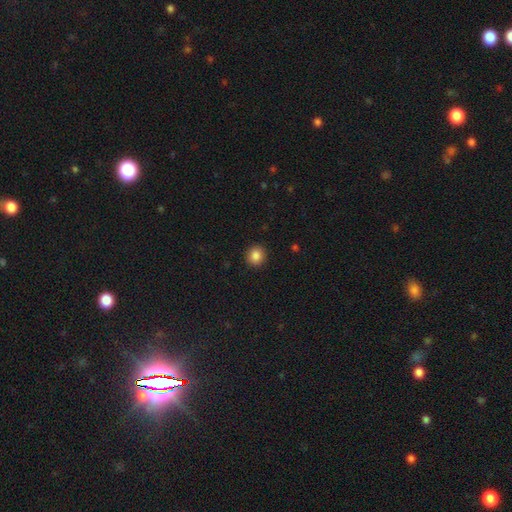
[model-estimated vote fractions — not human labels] Smooth or featured?
  - smooth: 86% *
  - star or artifact: 10%
  - featured or disk: 4%
How rounded?
  - round: 91% *
  - in between: 8%
  - cigar-shaped: 1%
Merging?
  - none: 92% *
  - minor disturbance: 5%
  - major disturbance: 2%
  - merger: 1%